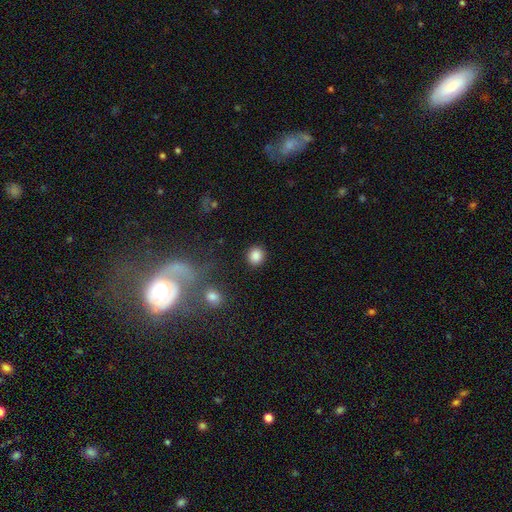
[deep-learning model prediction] This appears to be a smooth galaxy with no disk features (86%) that is round (83%). Merging: none (89%).